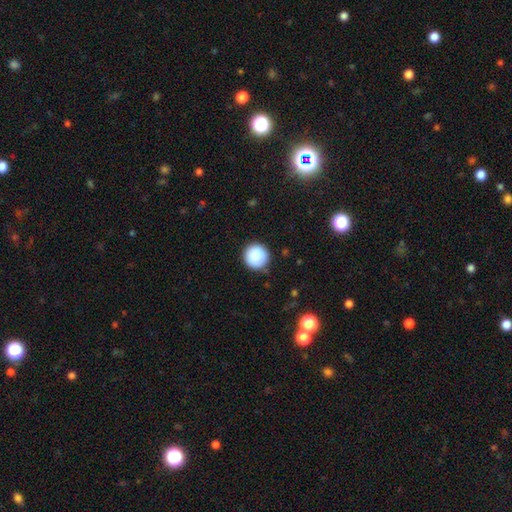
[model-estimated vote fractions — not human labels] This appears to be a smooth galaxy with no disk features (88%) that is round (96%). Merging: none (89%).